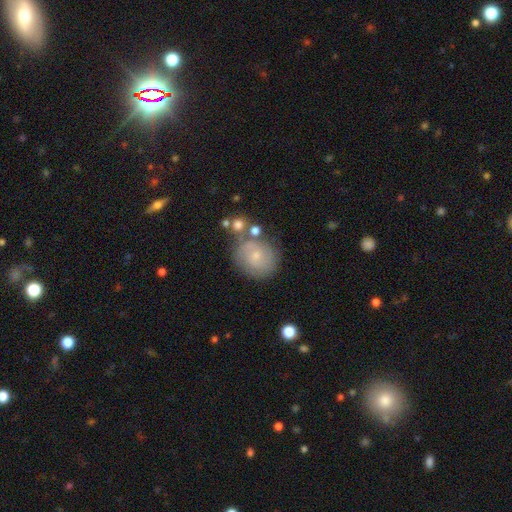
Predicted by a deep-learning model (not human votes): smooth-or-featured: featured or disk: 53% | smooth: 37% | star or artifact: 9%
  disk-edge-on: no: 97% | yes: 3%
    bar: no: 70% | weak: 26% | strong: 4%
    has-spiral-arms: yes: 81% | no: 19%
    bulge-size: small: 75% | moderate: 18% | none: 4% | large: 1% | dominant: 1%
  merging: none: 68% | minor disturbance: 18% | merger: 8% | major disturbance: 6%